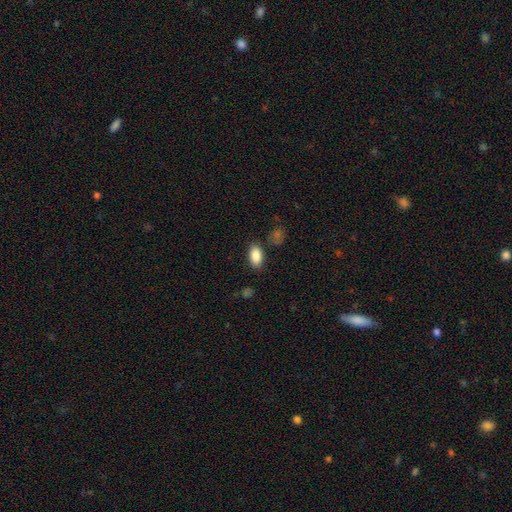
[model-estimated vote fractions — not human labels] A smooth galaxy with no disk features (87%) that is in between round and cigar-shaped (92%).

Vote fractions:
- Smooth or featured? smooth: 87% / star or artifact: 7% / featured or disk: 6%
- How rounded? in between: 92% / cigar-shaped: 4% / round: 4%
- Merging? none: 83% / minor disturbance: 11% / major disturbance: 3% / merger: 2%